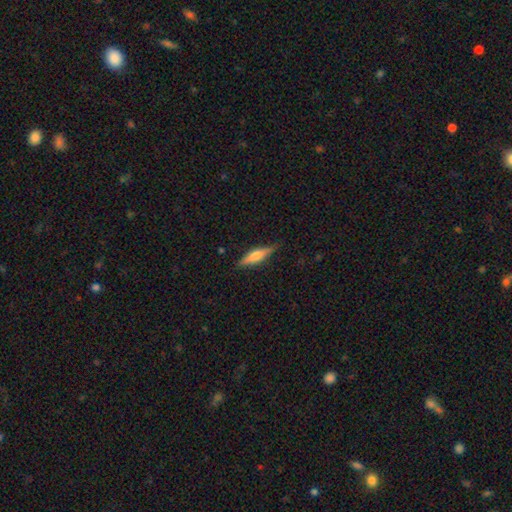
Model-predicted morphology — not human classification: The model was most divided on "smooth or featured": smooth: 48%, featured or disk: 46%, star or artifact: 7%. More confident: merging — none (85%).